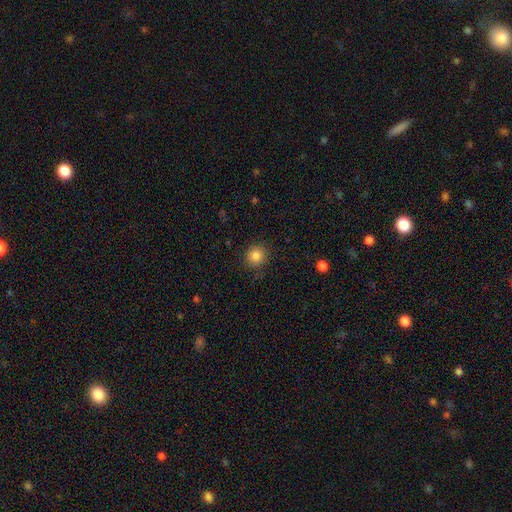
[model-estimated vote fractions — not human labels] A smooth galaxy with no disk features (85%) that is round (89%). Merging: none (87%).